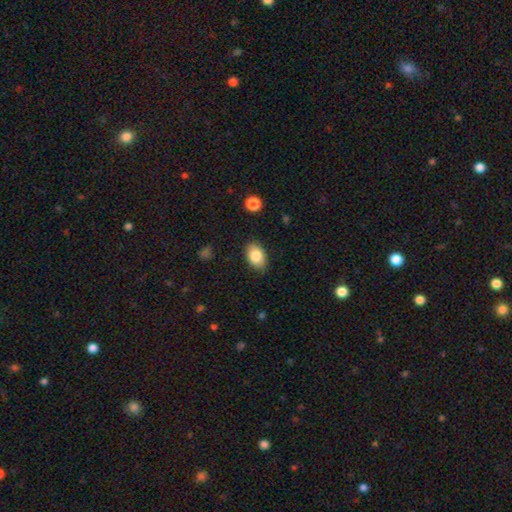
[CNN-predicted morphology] type=smooth (84%); roundness=in between (87%); merging=none (85%).